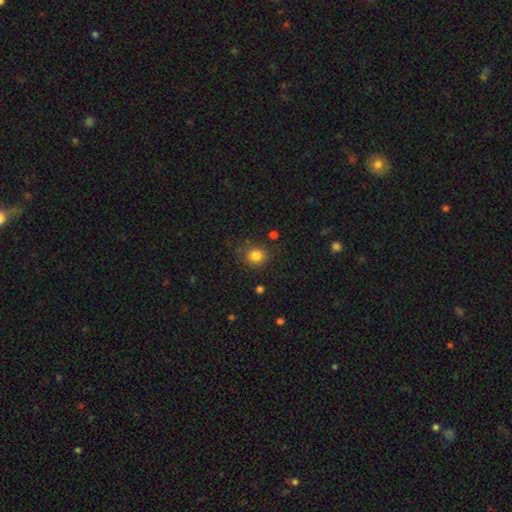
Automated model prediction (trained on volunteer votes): Overall: smooth (84%). How rounded: round (72%). Merging: none (74%).